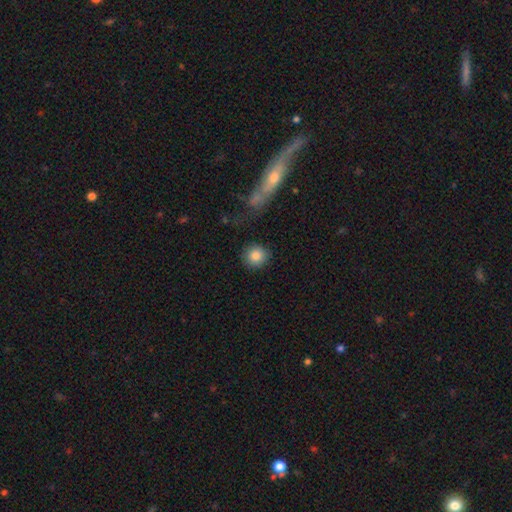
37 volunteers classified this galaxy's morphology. type=smooth (97%); roundness=round (92%); merging=none (78%).